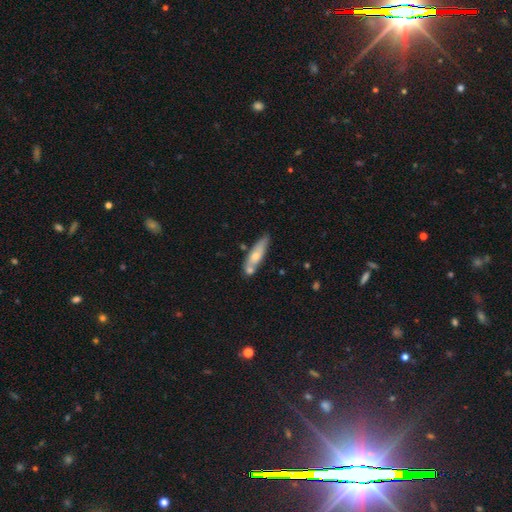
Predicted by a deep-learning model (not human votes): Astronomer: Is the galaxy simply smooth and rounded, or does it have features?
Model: smooth — 59% (runner-up: featured or disk, 36%).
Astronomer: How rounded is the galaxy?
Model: cigar-shaped — 70%.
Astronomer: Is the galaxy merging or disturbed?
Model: none — 61%.